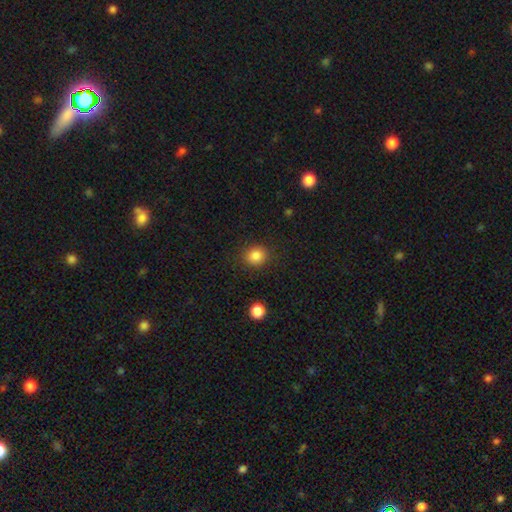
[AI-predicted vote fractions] smooth-or-featured: smooth: 85% | star or artifact: 10% | featured or disk: 5%
  how-rounded: round: 81% | in between: 19% | cigar-shaped: 1%
  merging: none: 88% | minor disturbance: 8% | major disturbance: 3% | merger: 1%